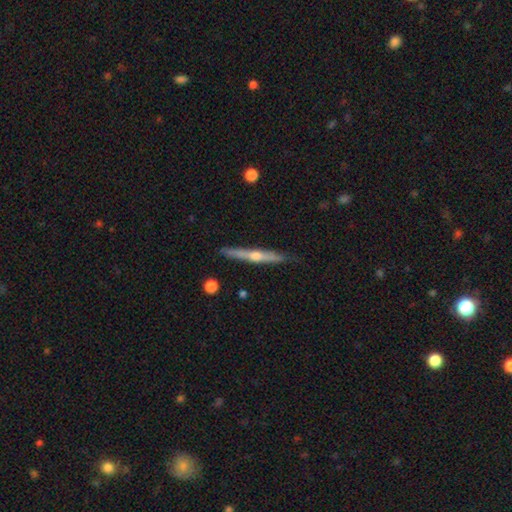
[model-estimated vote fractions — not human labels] Smooth or featured? Predicted: featured or disk (p=0.69). Edge-on disk? Predicted: yes (p=0.97). Edge-on bulge? Predicted: rounded (p=0.85). Merging? Predicted: none (p=0.88).